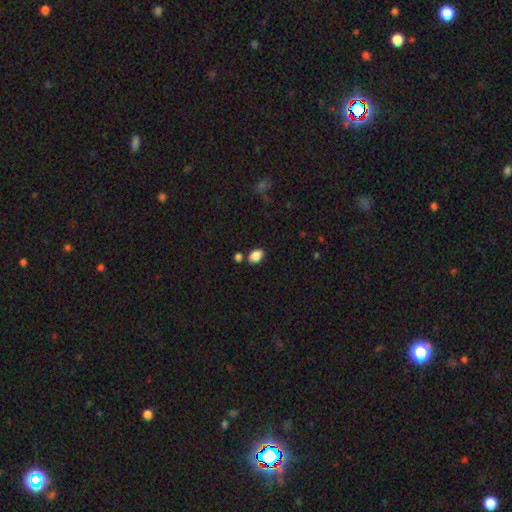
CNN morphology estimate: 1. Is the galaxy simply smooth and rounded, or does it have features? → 87% smooth, 8% star or artifact, 4% featured or disk.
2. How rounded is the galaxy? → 85% in between, 13% round, 1% cigar-shaped.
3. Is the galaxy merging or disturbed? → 75% none, 11% minor disturbance, 10% merger, 3% major disturbance.